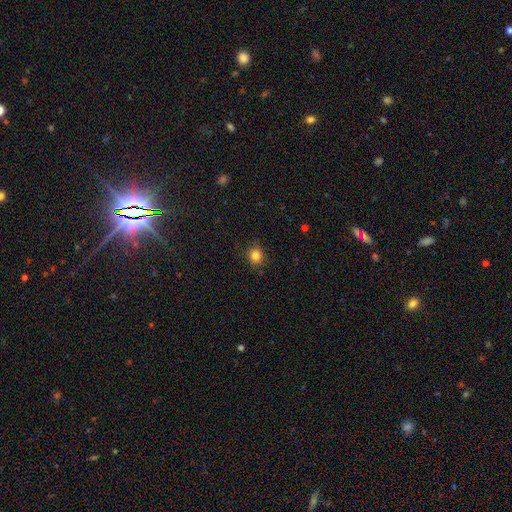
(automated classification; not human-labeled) A smooth galaxy with no disk features (83%) that is round (86%).

Vote fractions:
- Smooth or featured? smooth: 83% / star or artifact: 12% / featured or disk: 5%
- How rounded? round: 86% / in between: 13% / cigar-shaped: 1%
- Merging? none: 86% / minor disturbance: 10% / major disturbance: 2% / merger: 1%